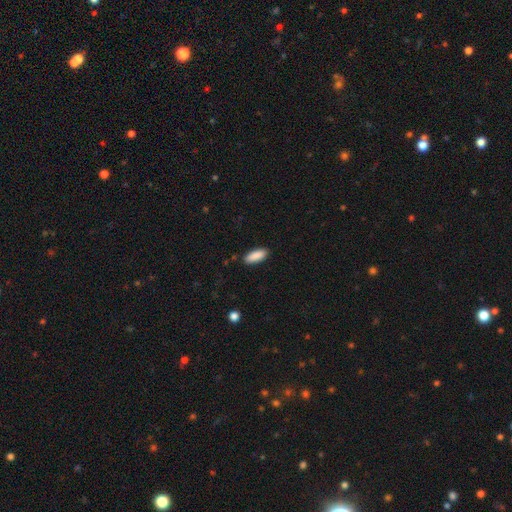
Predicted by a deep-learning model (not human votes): smooth-or-featured: smooth: 90% | star or artifact: 6% | featured or disk: 4%
  how-rounded: in between: 75% | cigar-shaped: 23% | round: 2%
  merging: none: 88% | minor disturbance: 9% | major disturbance: 2% | merger: 1%